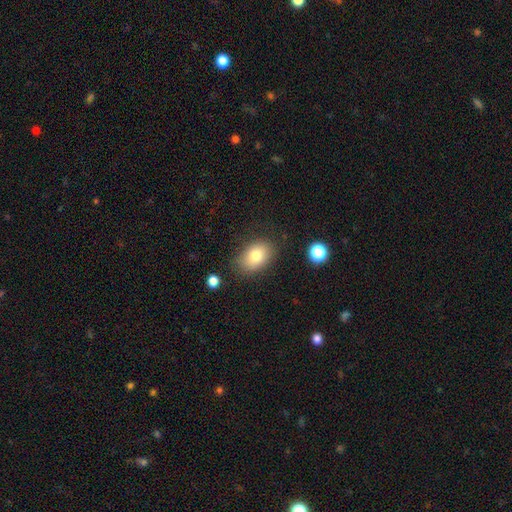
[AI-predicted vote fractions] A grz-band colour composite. It shows a smooth galaxy with no disk features (79%) that is in between round and cigar-shaped (82%). Merging: none (79%).